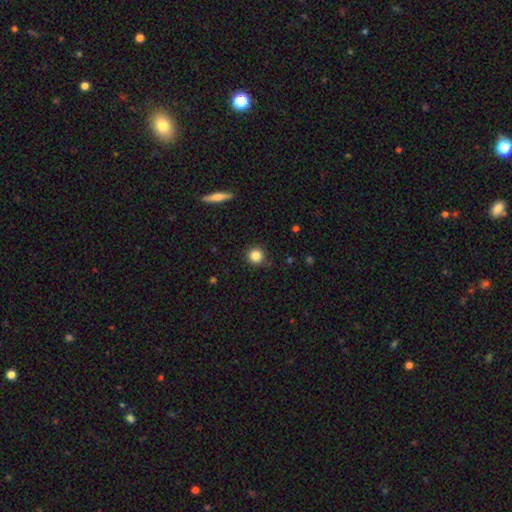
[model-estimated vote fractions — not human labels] Q: Smooth or featured?
A: smooth (84%); runner-up: star or artifact (11%)
Q: How rounded?
A: round (94%); runner-up: in between (5%)
Q: Merging?
A: none (90%); runner-up: minor disturbance (6%)